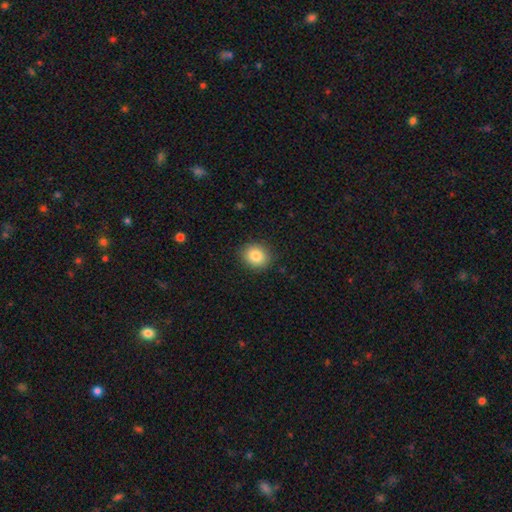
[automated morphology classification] Smooth or featured? smooth (84%)
How rounded? round (68%)
Merging? none (89%)